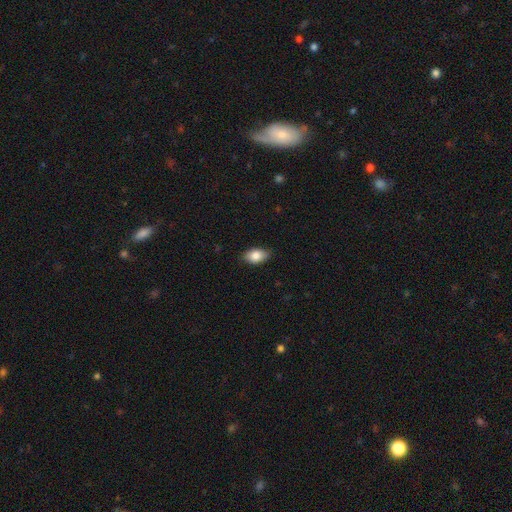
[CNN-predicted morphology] A smooth galaxy with no disk features (84%) that is in between round and cigar-shaped (90%).

Vote fractions:
- Smooth or featured? smooth: 84% / featured or disk: 9% / star or artifact: 7%
- How rounded? in between: 90% / round: 8% / cigar-shaped: 2%
- Merging? none: 84% / minor disturbance: 12% / major disturbance: 2% / merger: 1%